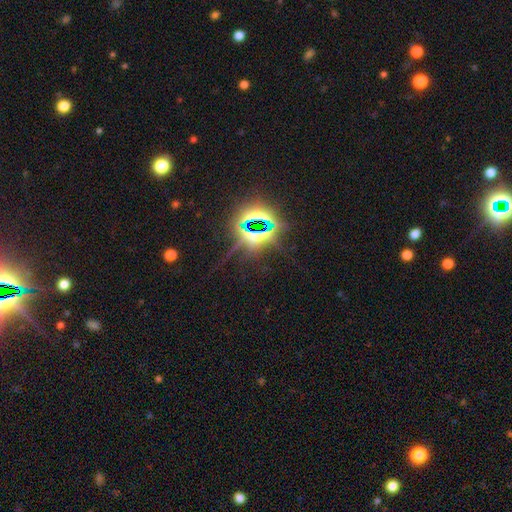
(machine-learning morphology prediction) Smooth or featured?
  - star or artifact: 77% *
  - smooth: 13%
  - featured or disk: 9%